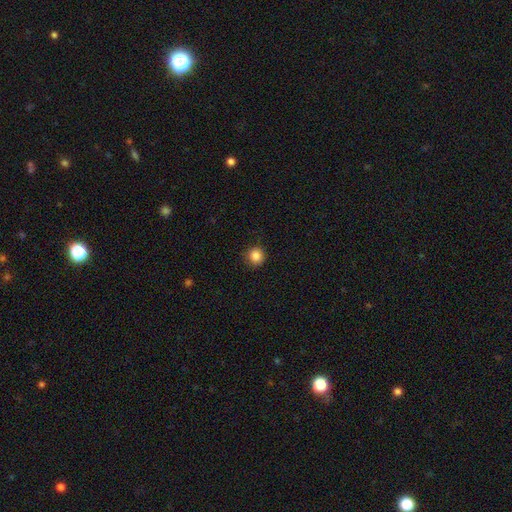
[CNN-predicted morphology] Smooth or featured?
  - smooth: 86% *
  - star or artifact: 11%
  - featured or disk: 4%
How rounded?
  - round: 94% *
  - in between: 6%
  - cigar-shaped: 1%
Merging?
  - none: 88% *
  - minor disturbance: 9%
  - major disturbance: 2%
  - merger: 1%